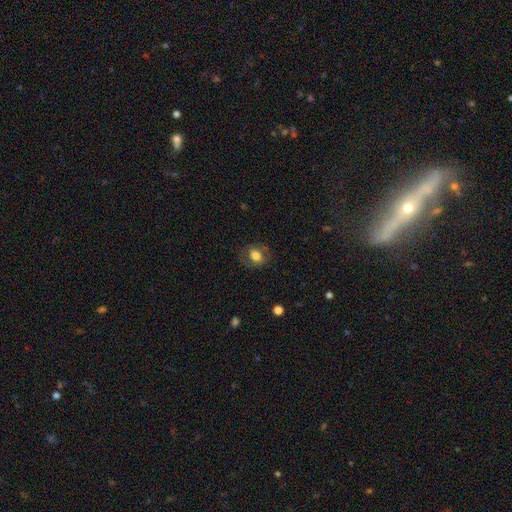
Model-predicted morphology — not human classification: Q: Smooth or featured?
A: smooth (68%); runner-up: featured or disk (24%)
Q: How rounded?
A: in between (61%); runner-up: round (38%)
Q: Merging?
A: none (76%); runner-up: minor disturbance (15%)